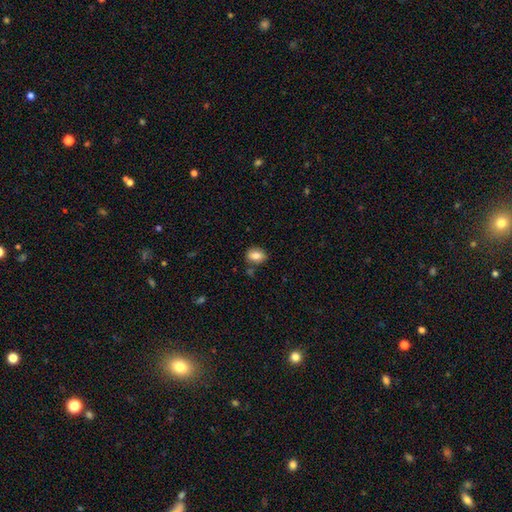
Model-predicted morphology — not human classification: Smooth or featured?
  - smooth: 81% *
  - featured or disk: 10%
  - star or artifact: 8%
How rounded?
  - in between: 67% *
  - round: 31%
  - cigar-shaped: 2%
Merging?
  - none: 76% *
  - minor disturbance: 14%
  - merger: 7%
  - major disturbance: 3%